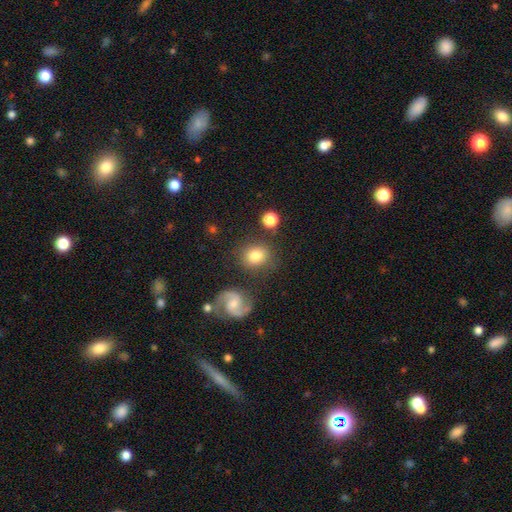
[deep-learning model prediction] This is likely a smooth galaxy (76%). How rounded: likely round (76%). Merging: likely none (78%).